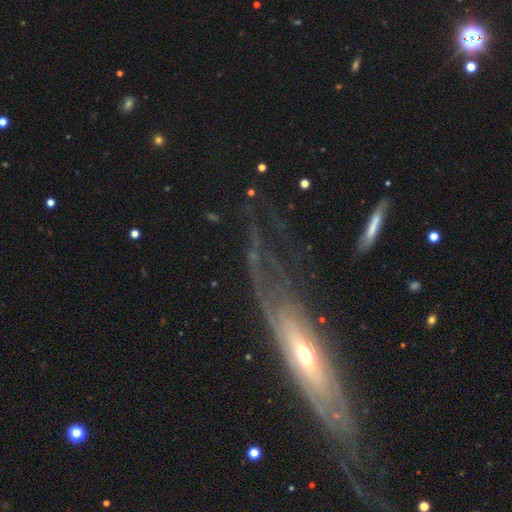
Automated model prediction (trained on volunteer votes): Q: Smooth or featured?
A: featured or disk (74%); runner-up: smooth (15%)
Q: Edge-on disk?
A: no (62%); runner-up: yes (38%)
Q: Merging?
A: none (62%); runner-up: major disturbance (18%)